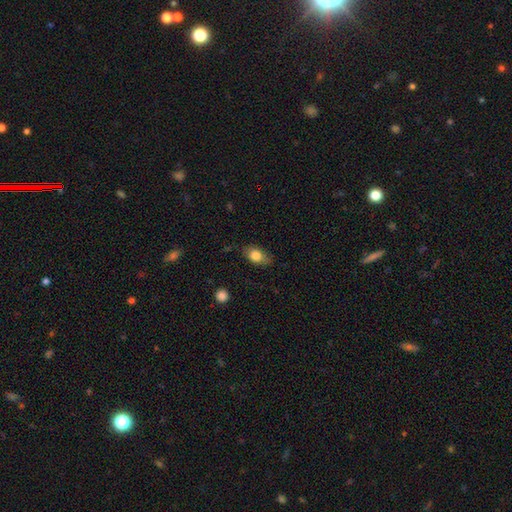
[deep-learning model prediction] Q: Smooth or featured?
A: smooth (79%); runner-up: featured or disk (13%)
Q: How rounded?
A: in between (83%); runner-up: round (13%)
Q: Merging?
A: none (77%); runner-up: minor disturbance (18%)